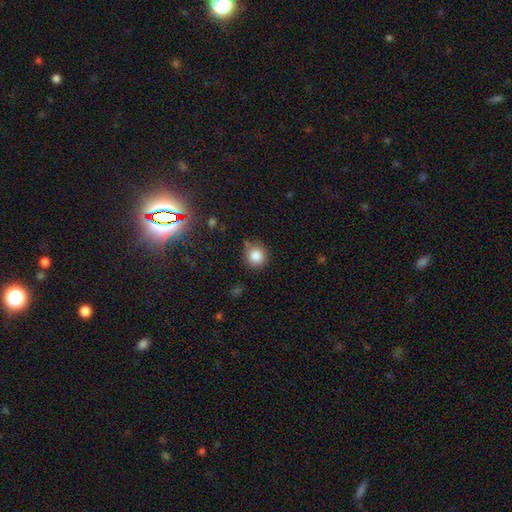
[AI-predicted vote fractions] smooth-or-featured: smooth: 84% | star or artifact: 11% | featured or disk: 5%
  how-rounded: round: 92% | in between: 7% | cigar-shaped: 1%
  merging: none: 75% | minor disturbance: 17% | merger: 4% | major disturbance: 4%